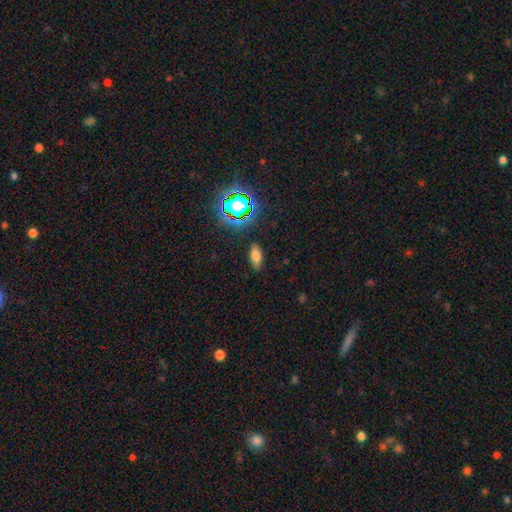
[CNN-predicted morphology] smooth-or-featured: smooth: 71% | star or artifact: 18% | featured or disk: 10%
  how-rounded: in between: 84% | cigar-shaped: 11% | round: 5%
  merging: none: 84% | minor disturbance: 11% | major disturbance: 3% | merger: 2%